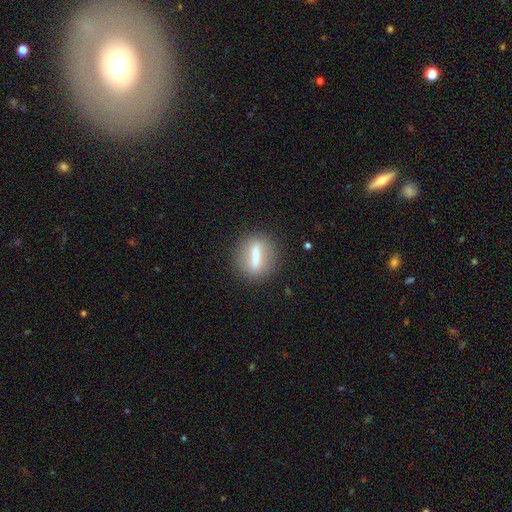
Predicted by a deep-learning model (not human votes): A featured or disk galaxy (47%).

Vote fractions:
- Smooth or featured? featured or disk: 47% / smooth: 43% / star or artifact: 10%
- Merging? none: 86% / minor disturbance: 8% / major disturbance: 4% / merger: 2%